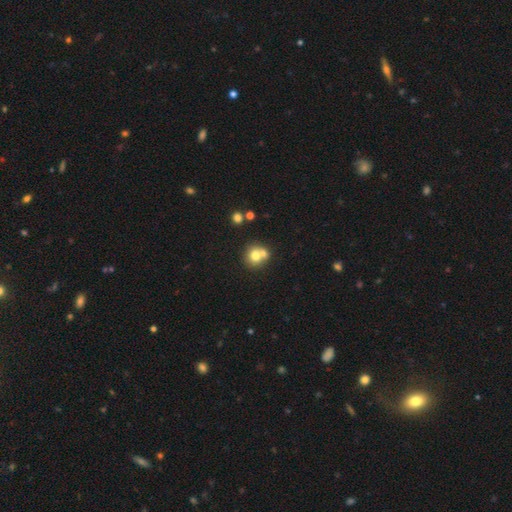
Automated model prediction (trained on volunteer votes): This is likely a smooth galaxy (73%). How rounded: clearly round (84%). Merging: possibly none (46%).